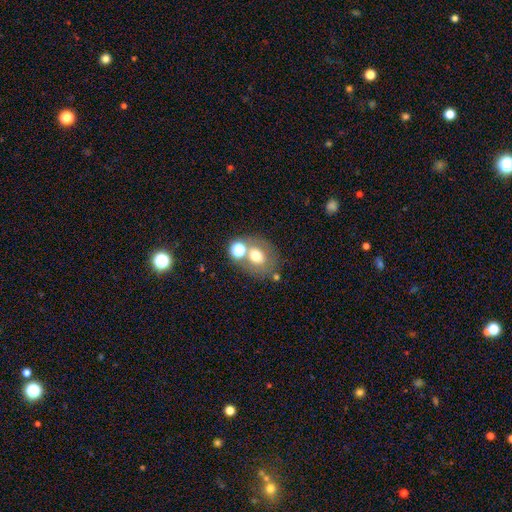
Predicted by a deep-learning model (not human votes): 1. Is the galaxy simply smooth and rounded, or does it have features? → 61% smooth, 24% featured or disk, 15% star or artifact.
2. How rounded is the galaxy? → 60% round, 39% in between, 1% cigar-shaped.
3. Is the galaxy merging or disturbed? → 55% none, 26% merger, 12% minor disturbance, 7% major disturbance.